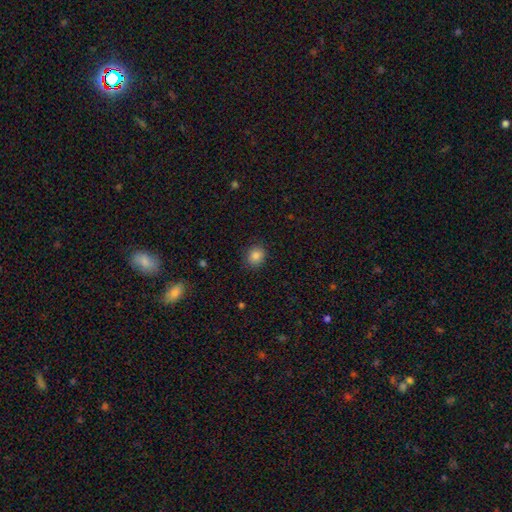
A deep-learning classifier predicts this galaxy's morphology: Q: Smooth or featured?
A: smooth (85%); runner-up: star or artifact (11%)
Q: How rounded?
A: round (70%); runner-up: in between (29%)
Q: Merging?
A: none (86%); runner-up: minor disturbance (10%)